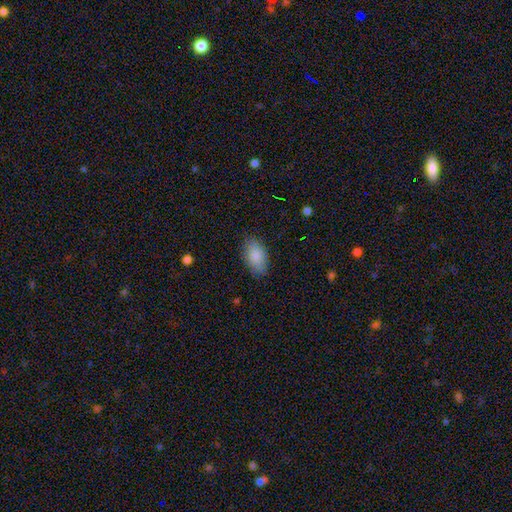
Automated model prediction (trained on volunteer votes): Morphology: type=smooth (87%); roundness=in between (94%); merging=none (84%).